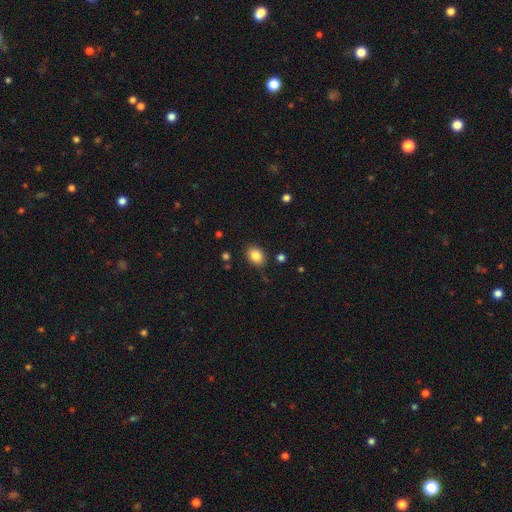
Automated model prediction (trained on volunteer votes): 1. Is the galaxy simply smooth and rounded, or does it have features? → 85% smooth, 9% star or artifact, 6% featured or disk.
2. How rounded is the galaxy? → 62% in between, 37% round, 1% cigar-shaped.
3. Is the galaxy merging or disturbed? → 84% none, 11% minor disturbance, 3% major disturbance, 2% merger.